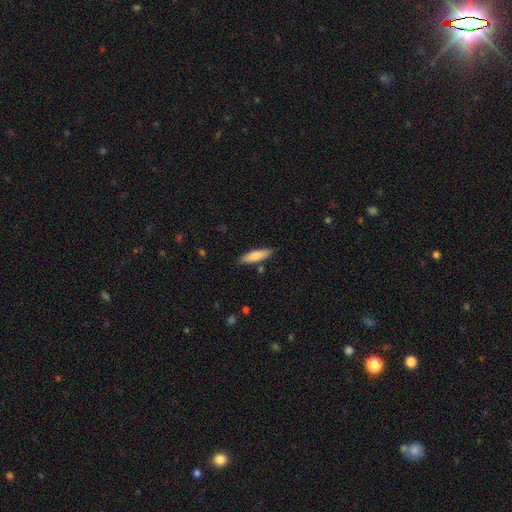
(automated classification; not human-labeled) Overall: smooth (74%). How rounded: cigar-shaped (64%; in between 35%). Merging: none (85%).